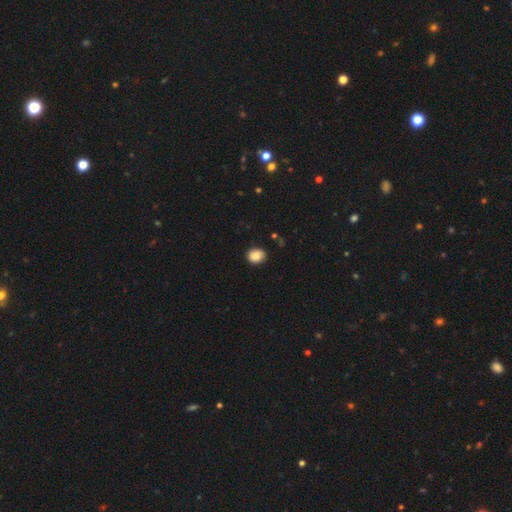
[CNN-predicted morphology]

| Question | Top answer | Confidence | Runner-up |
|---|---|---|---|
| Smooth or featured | smooth | 86% | star or artifact (8%) |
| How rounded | round | 64% | in between (35%) |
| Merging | none | 83% | minor disturbance (13%) |